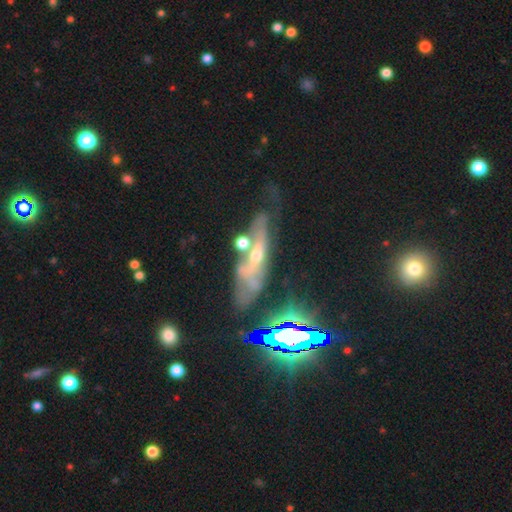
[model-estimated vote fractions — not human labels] A featured or disk galaxy (58%) viewed edge-on (51%). Merging: none (38%).